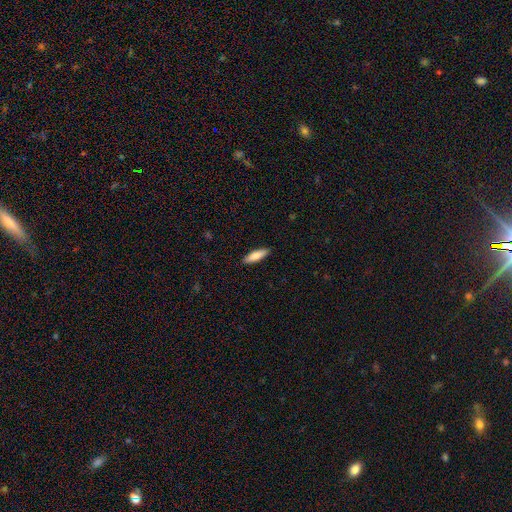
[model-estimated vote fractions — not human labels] This is clearly a smooth galaxy (80%). How rounded: possibly cigar-shaped (58%). Merging: clearly none (90%).